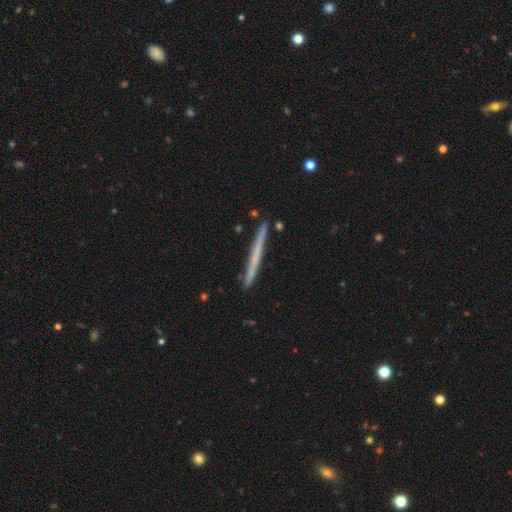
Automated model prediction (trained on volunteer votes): This is possibly a featured or disk galaxy (50%). Merging: clearly none (90%).